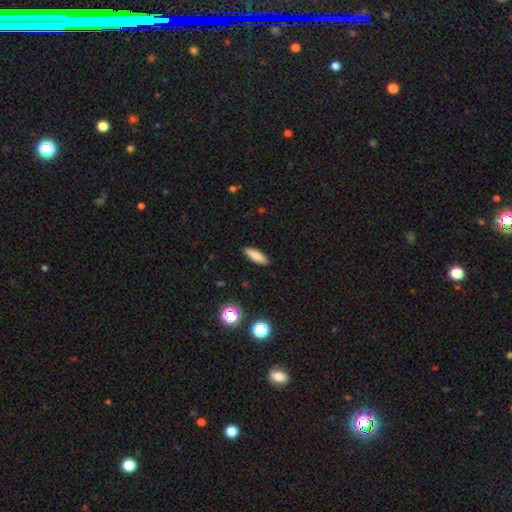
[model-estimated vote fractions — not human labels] Smooth or featured: smooth — 80% (featured or disk — 12%)
How rounded: cigar-shaped — 51% (in between — 47%)
Merging: none — 89% (minor disturbance — 8%)